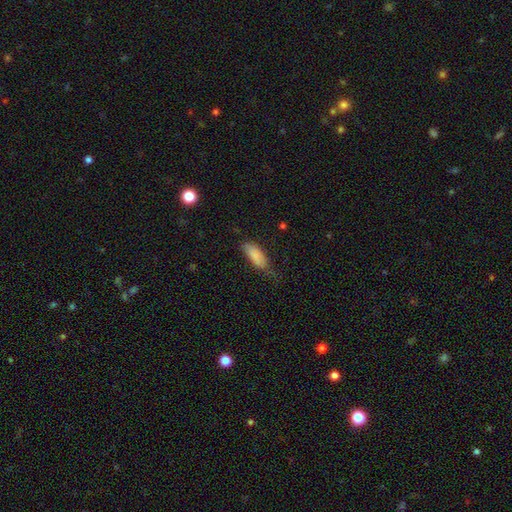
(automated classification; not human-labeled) This appears to be a smooth galaxy with no disk features (83%) that is in between round and cigar-shaped (73%). Merging: none (46%).